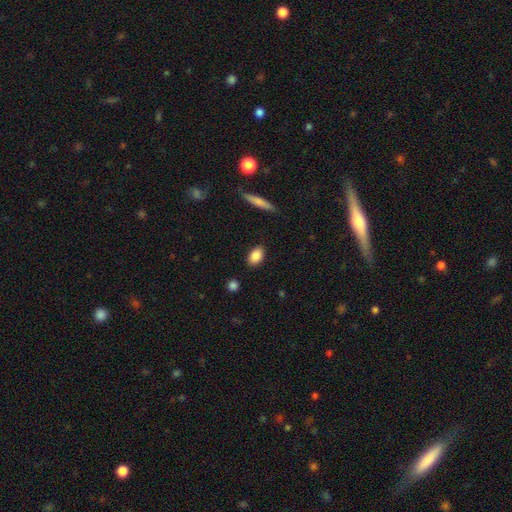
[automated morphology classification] This appears to be a smooth galaxy with no disk features (87%) that is in between round and cigar-shaped (88%). Merging: none (87%).